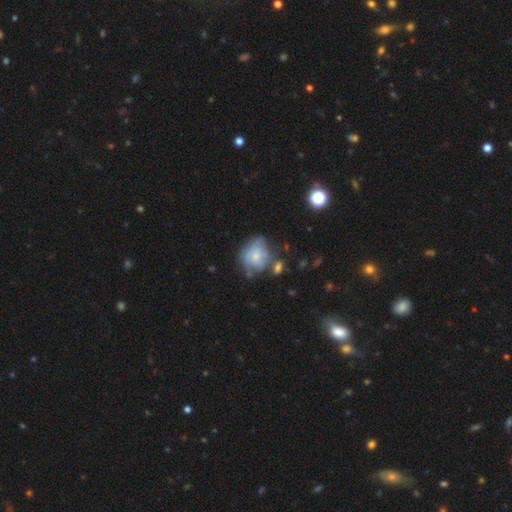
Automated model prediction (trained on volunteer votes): Morphology: type=smooth (50%); merging=none (42%).